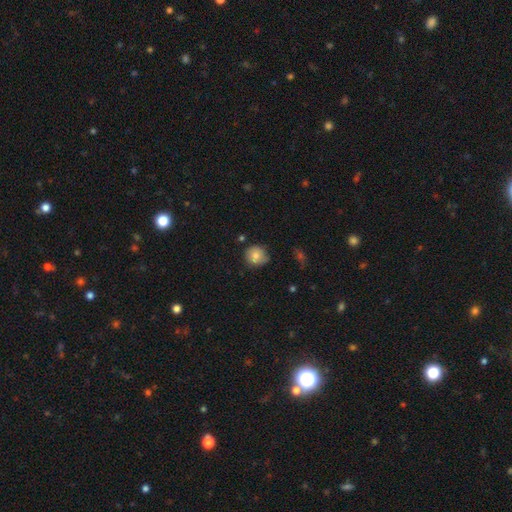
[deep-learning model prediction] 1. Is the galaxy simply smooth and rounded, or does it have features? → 79% smooth, 12% featured or disk, 9% star or artifact.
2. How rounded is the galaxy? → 89% round, 10% in between, 1% cigar-shaped.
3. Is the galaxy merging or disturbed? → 76% none, 19% minor disturbance, 3% major disturbance, 2% merger.